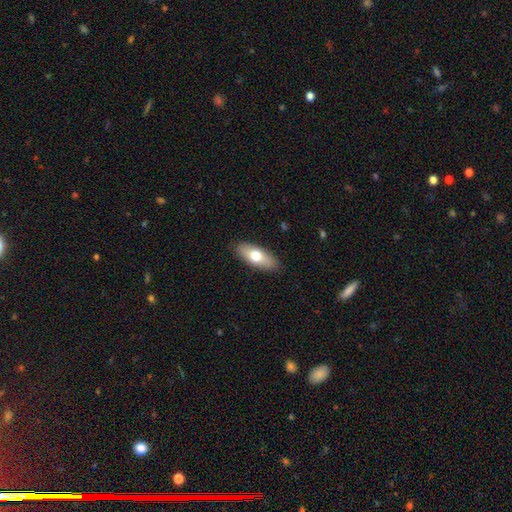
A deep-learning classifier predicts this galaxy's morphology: Q: Smooth or featured?
A: smooth (69%); runner-up: featured or disk (25%)
Q: How rounded?
A: in between (79%); runner-up: cigar-shaped (18%)
Q: Merging?
A: none (88%); runner-up: minor disturbance (9%)